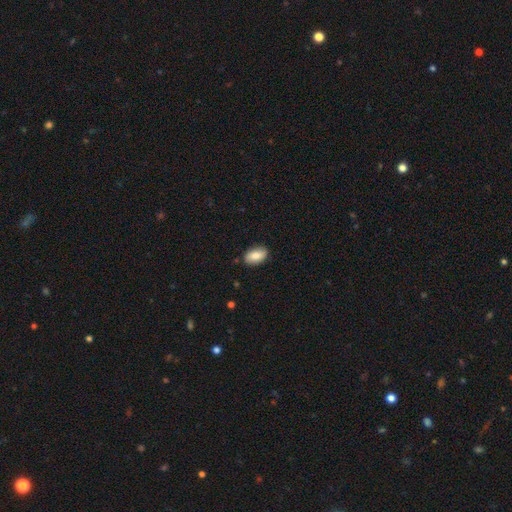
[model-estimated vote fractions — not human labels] Smooth or featured? Predicted: smooth (p=0.82). How rounded? Predicted: in between (p=0.92). Merging? Predicted: none (p=0.85).